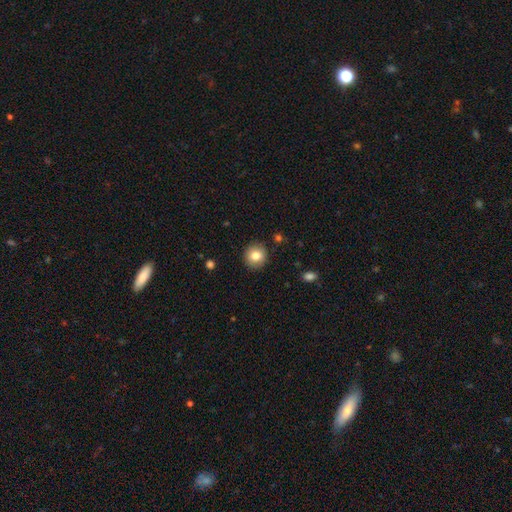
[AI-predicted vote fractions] A smooth galaxy with no disk features (82%) that is round (91%). Merging: none (90%).